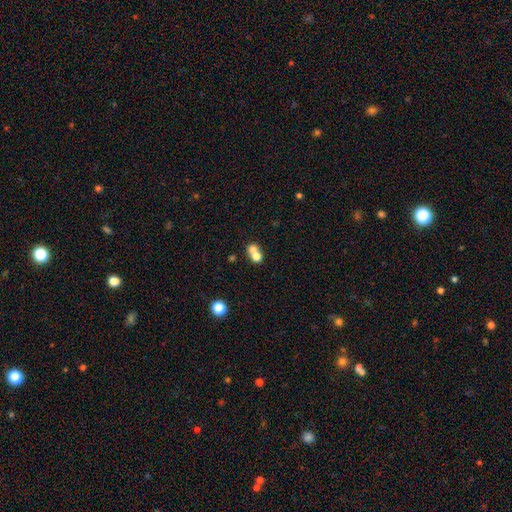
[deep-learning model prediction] Overall: smooth (70%). How rounded: round (73%). Merging: merger (62%; none 30%).